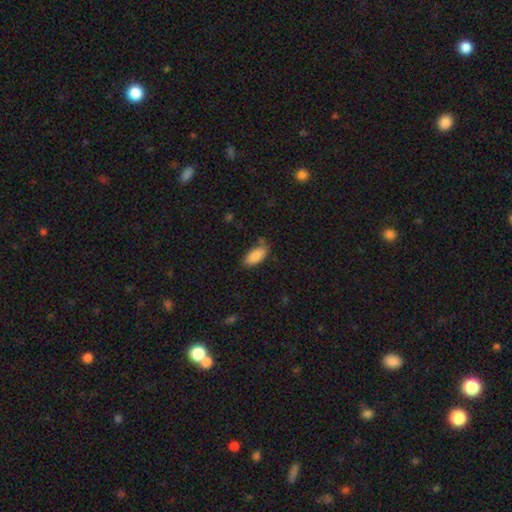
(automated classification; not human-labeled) A smooth galaxy with no disk features (88%) that is in between round and cigar-shaped (89%). Merging: none (75%).